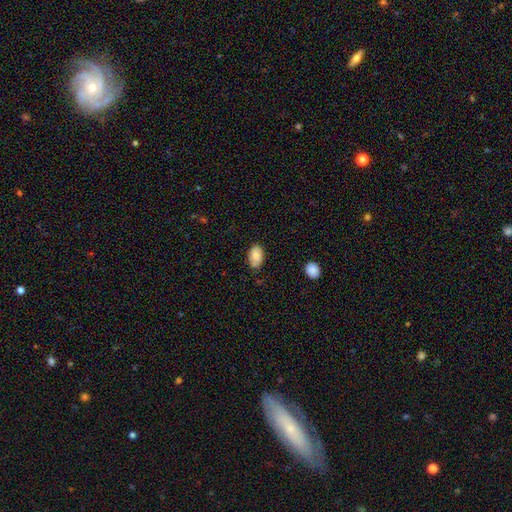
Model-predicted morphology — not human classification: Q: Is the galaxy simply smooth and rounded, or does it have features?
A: smooth — 85%.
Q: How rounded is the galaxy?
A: in between — 92%.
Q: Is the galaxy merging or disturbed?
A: none — 72%.